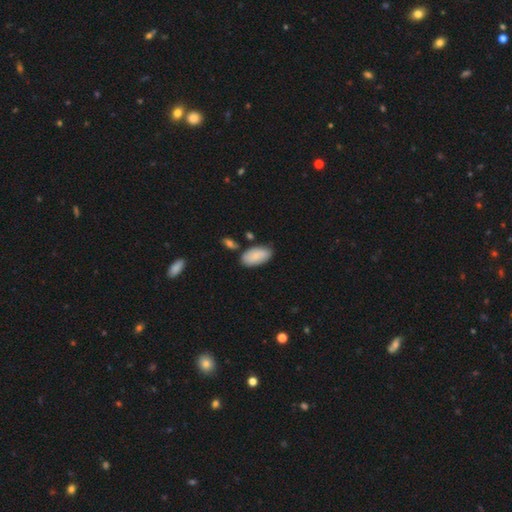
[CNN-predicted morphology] Smooth or featured? Predicted: smooth (p=0.84). How rounded? Predicted: in between (p=0.95). Merging? Predicted: none (p=0.74).